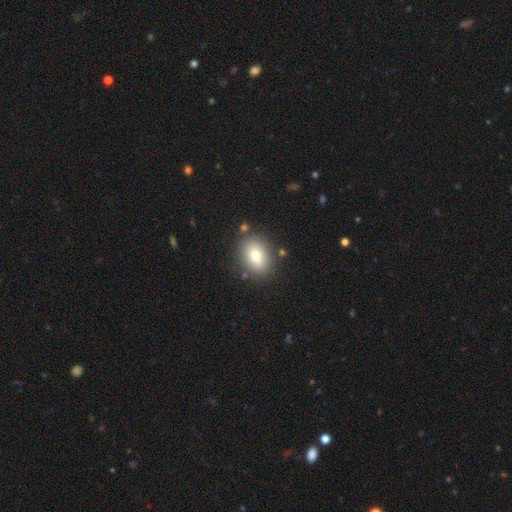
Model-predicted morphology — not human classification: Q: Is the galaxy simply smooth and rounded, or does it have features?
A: smooth — 81%.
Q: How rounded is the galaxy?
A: in between — 71%.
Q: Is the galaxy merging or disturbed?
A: none — 82%.